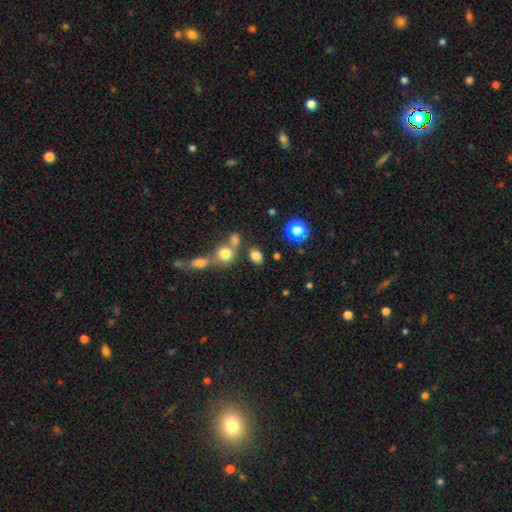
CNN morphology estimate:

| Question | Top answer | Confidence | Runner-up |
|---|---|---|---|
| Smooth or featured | smooth | 78% | star or artifact (15%) |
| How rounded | in between | 65% | round (34%) |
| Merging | none | 67% | merger (18%) |